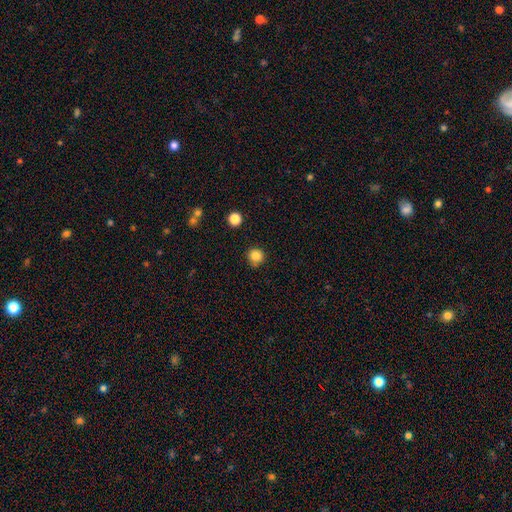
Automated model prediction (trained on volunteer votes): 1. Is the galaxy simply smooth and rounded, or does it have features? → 84% smooth, 12% star or artifact, 4% featured or disk.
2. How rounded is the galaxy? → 93% round, 6% in between, 1% cigar-shaped.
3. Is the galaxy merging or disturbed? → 86% none, 9% minor disturbance, 2% merger, 2% major disturbance.